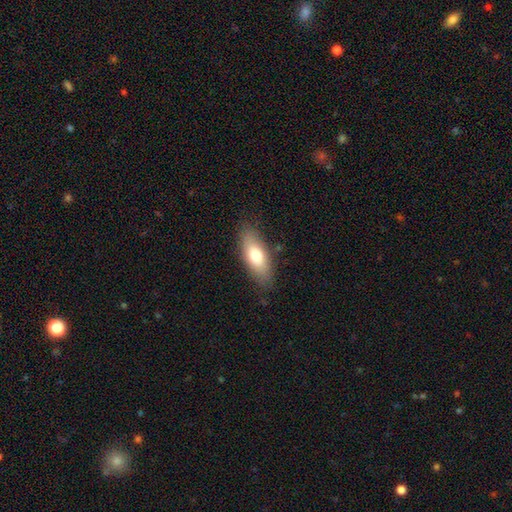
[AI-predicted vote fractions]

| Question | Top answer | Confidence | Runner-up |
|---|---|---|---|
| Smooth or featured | smooth | 71% | featured or disk (22%) |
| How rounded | in between | 76% | cigar-shaped (21%) |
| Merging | none | 83% | minor disturbance (12%) |